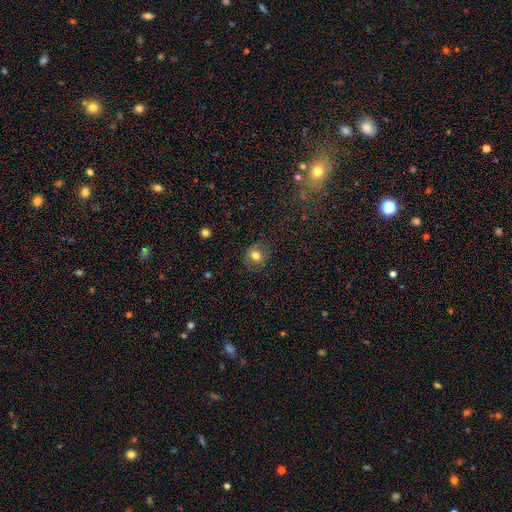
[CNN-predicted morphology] smooth 75%, star or artifact 13%, featured or disk 12%. Down the decision tree: how rounded — round (76%); merging — none (81%).